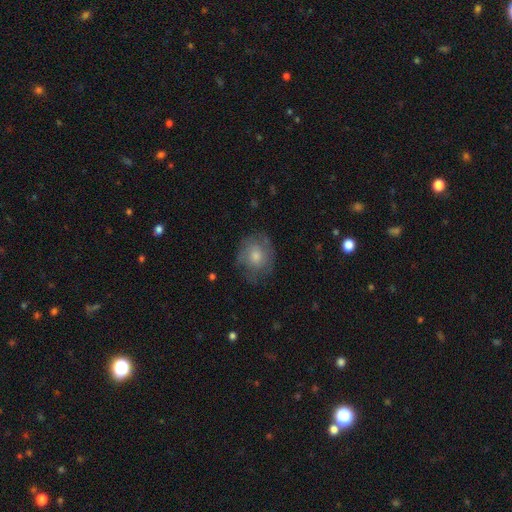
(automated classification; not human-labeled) Smooth or featured? smooth (54%)
How rounded? round (70%)
Merging? none (71%)